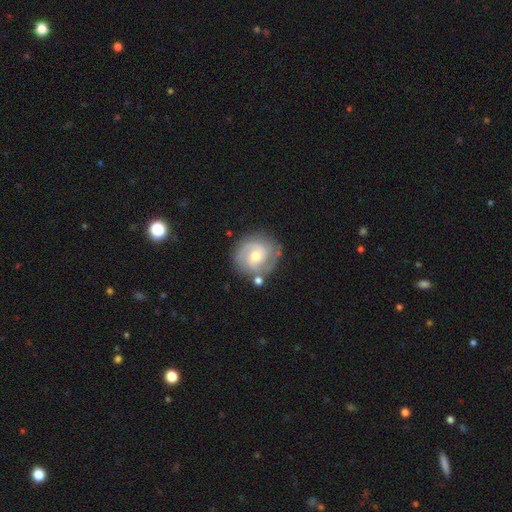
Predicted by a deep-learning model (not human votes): The model was most divided on "spiral winding": tight: 55%, medium: 37%, loose: 8%. More confident: edge-on disk — no (98%); spiral arms — yes (94%); smooth or featured — featured or disk (80%); merging — none (74%); spiral arm count — 2 (73%); bulge size — moderate (68%); bar — no (59%).